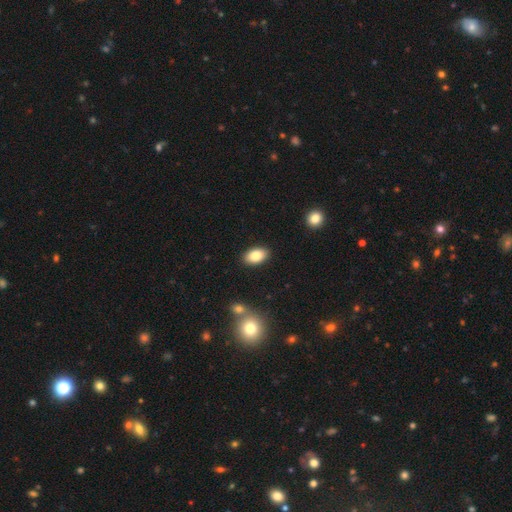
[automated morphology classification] smooth 83%, featured or disk 9%, star or artifact 8%. Down the decision tree: how rounded — in between (91%); merging — none (89%).